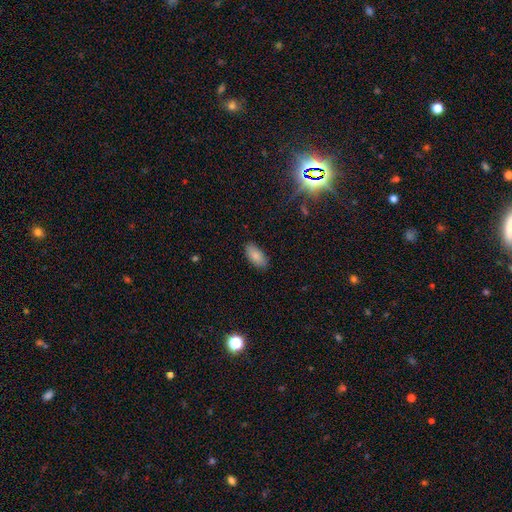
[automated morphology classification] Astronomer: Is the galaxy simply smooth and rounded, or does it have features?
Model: smooth — 85%.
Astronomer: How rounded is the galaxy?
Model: in between — 91%.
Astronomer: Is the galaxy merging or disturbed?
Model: none — 87%.